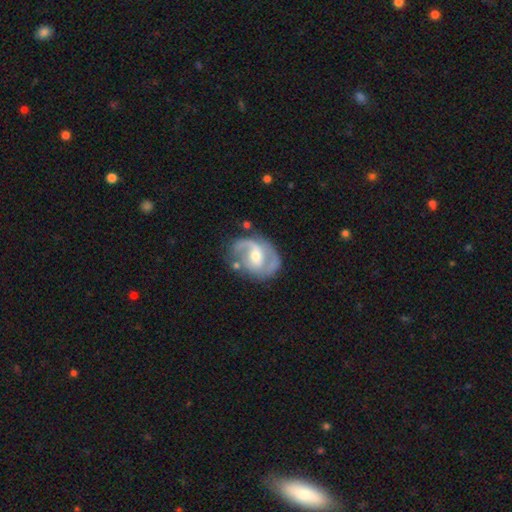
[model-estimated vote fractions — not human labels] smooth_or_featured: featured or disk (p=0.85) [alt: smooth p=0.10]
disk_edge_on: no (p=0.97) [alt: yes p=0.03]
bar: weak (p=0.49) [alt: no p=0.30]
has_spiral_arms: yes (p=0.92) [alt: no p=0.08]
spiral_winding: medium (p=0.52) [alt: tight p=0.26]
spiral_arm_count: 2 (p=0.80) [alt: 1 p=0.09]
bulge_size: moderate (p=0.60) [alt: small p=0.33]
merging: none (p=0.65) [alt: minor disturbance p=0.21]